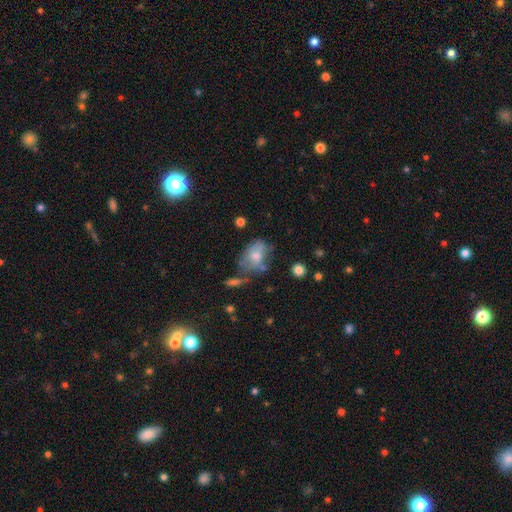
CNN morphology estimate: Smooth or featured: smooth — 64% (featured or disk — 27%)
How rounded: in between — 75% (round — 23%)
Merging: none — 40% (minor disturbance — 29%)